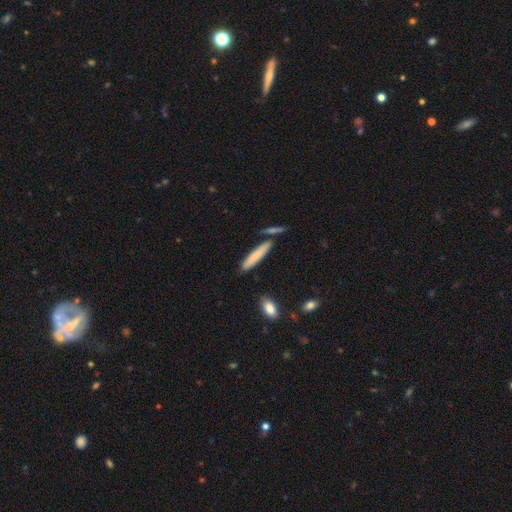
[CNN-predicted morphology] Q: Smooth or featured?
A: smooth (78%); runner-up: featured or disk (15%)
Q: How rounded?
A: cigar-shaped (88%); runner-up: in between (10%)
Q: Merging?
A: none (75%); runner-up: minor disturbance (12%)